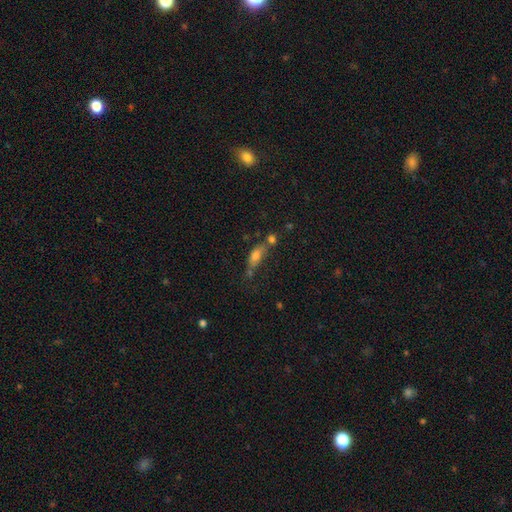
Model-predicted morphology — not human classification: Smooth or featured? smooth (67%)
How rounded? in between (67%)
Merging? none (41%)